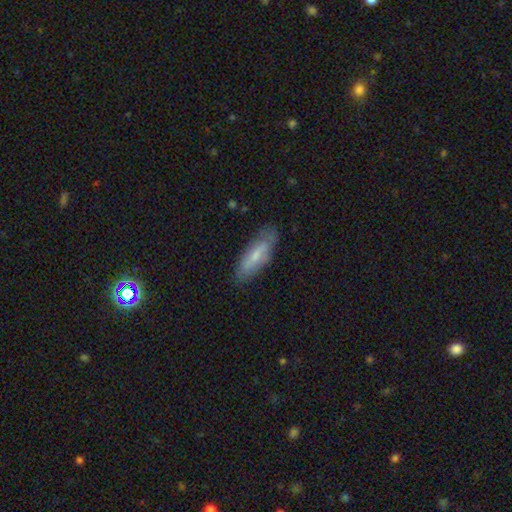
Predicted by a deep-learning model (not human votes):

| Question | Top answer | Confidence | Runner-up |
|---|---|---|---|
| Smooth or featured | smooth | 64% | featured or disk (30%) |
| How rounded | in between | 51% | cigar-shaped (48%) |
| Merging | none | 75% | minor disturbance (19%) |